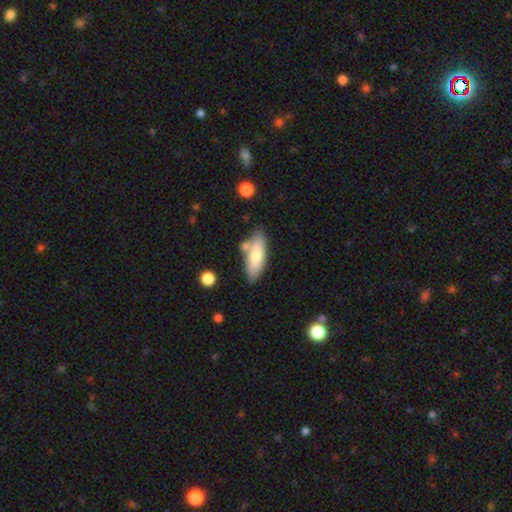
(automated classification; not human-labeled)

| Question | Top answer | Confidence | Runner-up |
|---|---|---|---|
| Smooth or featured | smooth | 70% | featured or disk (24%) |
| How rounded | in between | 62% | cigar-shaped (35%) |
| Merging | none | 69% | minor disturbance (16%) |